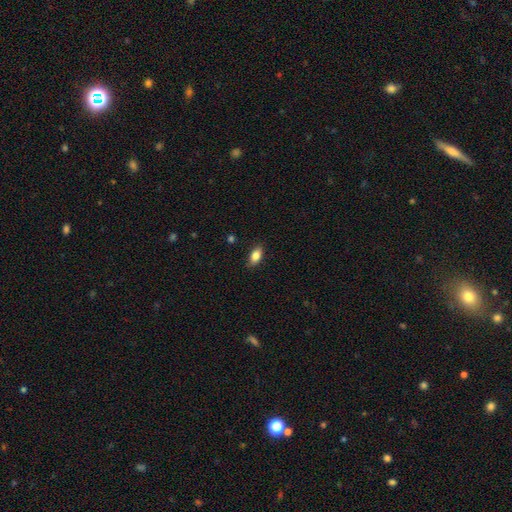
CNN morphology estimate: Smooth or featured? Predicted: smooth (p=0.83). How rounded? Predicted: in between (p=0.88). Merging? Predicted: none (p=0.84).